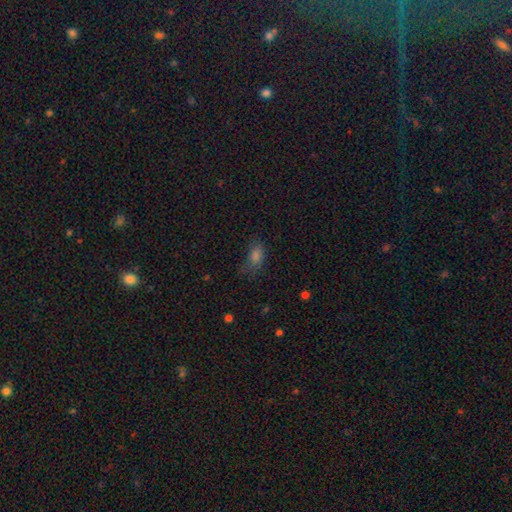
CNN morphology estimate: type=smooth (72%); roundness=in between (81%); merging=none (57%).